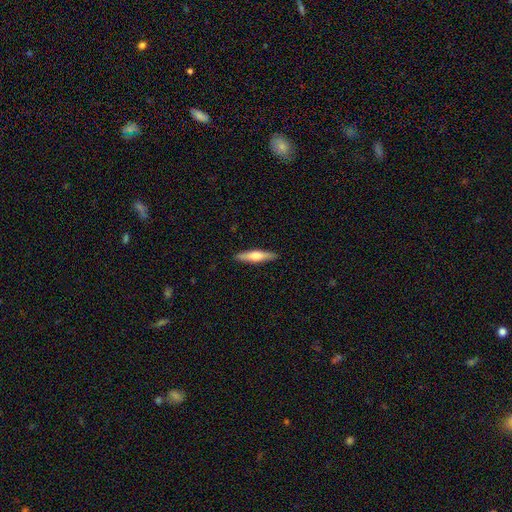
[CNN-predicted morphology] featured or disk 48%, smooth 47%, star or artifact 5%. Down the decision tree: merging — none (91%).